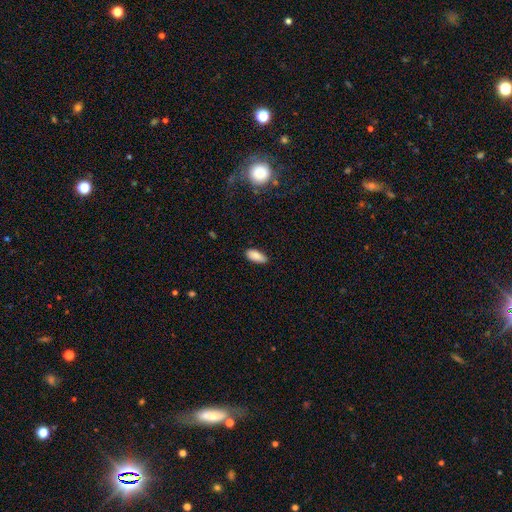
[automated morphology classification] smooth_or_featured: smooth (p=0.86) [alt: star or artifact p=0.07]
how_rounded: in between (p=0.87) [alt: cigar-shaped p=0.11]
merging: none (p=0.86) [alt: minor disturbance p=0.11]